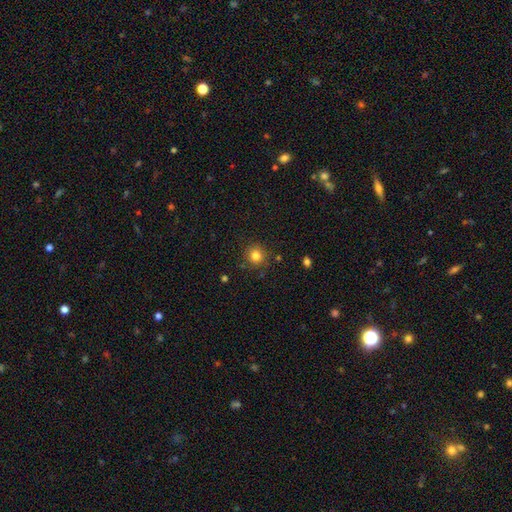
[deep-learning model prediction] A smooth galaxy with no disk features (82%) that is round (92%). Merging: none (86%).